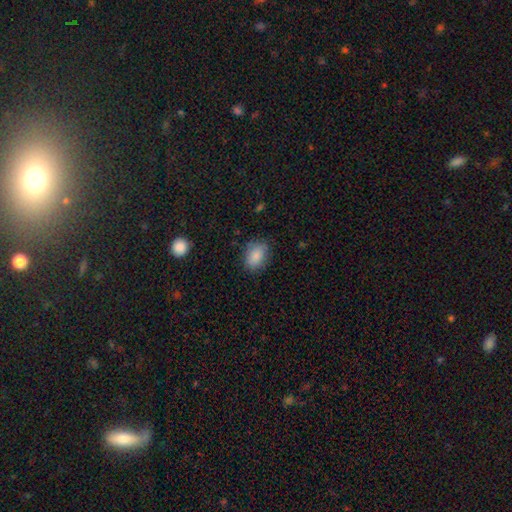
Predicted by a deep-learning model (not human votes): A smooth galaxy with no disk features (87%) that is in between round and cigar-shaped (77%). Merging: none (79%).